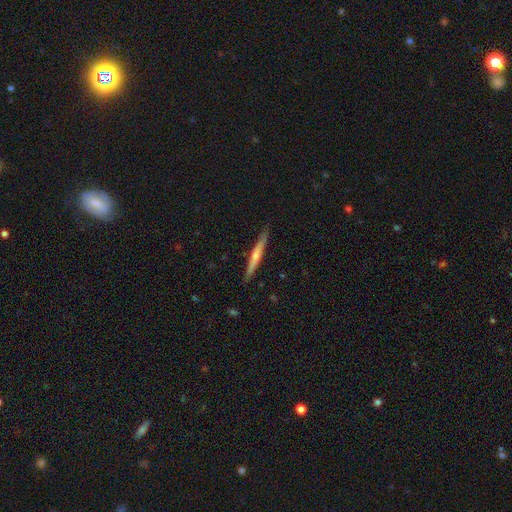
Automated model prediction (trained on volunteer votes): featured or disk 49%, smooth 45%, star or artifact 6%. Down the decision tree: merging — none (84%).